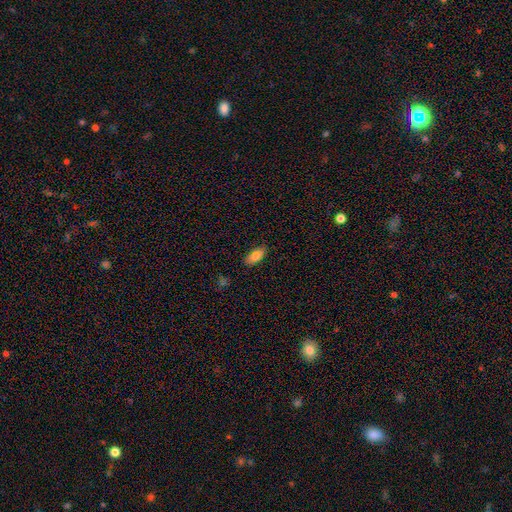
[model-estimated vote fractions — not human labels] The model was most divided on "smooth or featured": smooth: 80%, featured or disk: 12%, star or artifact: 8%. More confident: how rounded — in between (88%); merging — none (84%).